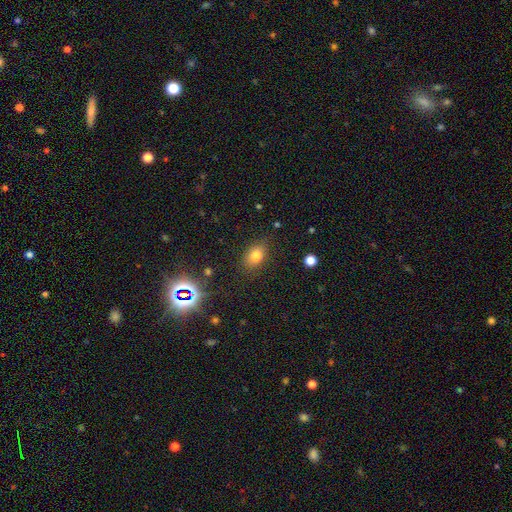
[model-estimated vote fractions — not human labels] The model was most divided on "how rounded": in between: 78%, round: 20%, cigar-shaped: 2%. More confident: merging — none (80%); smooth or featured — smooth (77%).